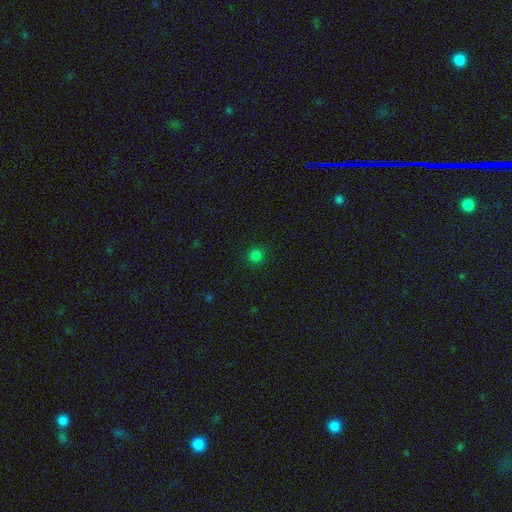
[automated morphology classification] smooth_or_featured: smooth (p=0.81) [alt: star or artifact p=0.16]
how_rounded: round (p=0.95) [alt: in between p=0.04]
merging: none (p=0.92) [alt: minor disturbance p=0.05]